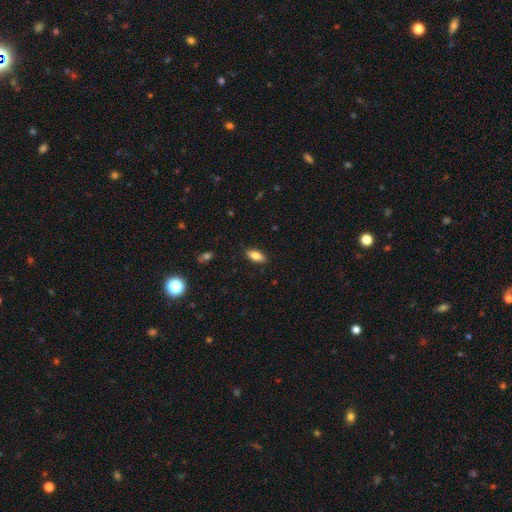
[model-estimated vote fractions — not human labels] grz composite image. It shows a smooth galaxy with no disk features (76%) that is in between round and cigar-shaped (81%). Merging: none (87%).